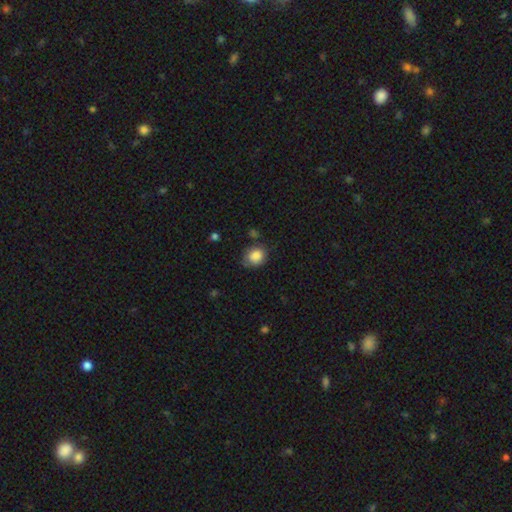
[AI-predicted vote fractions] This appears to be a smooth galaxy with no disk features (85%) that is round (62%). Merging: none (66%).